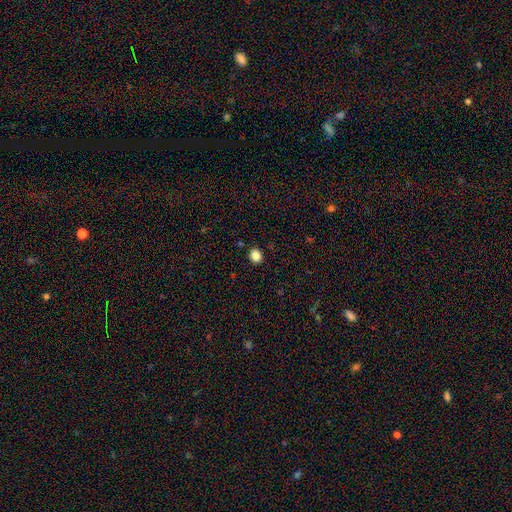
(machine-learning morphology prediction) The model was most divided on "how rounded": round: 73%, in between: 26%, cigar-shaped: 1%. More confident: merging — none (89%); smooth or featured — smooth (86%).